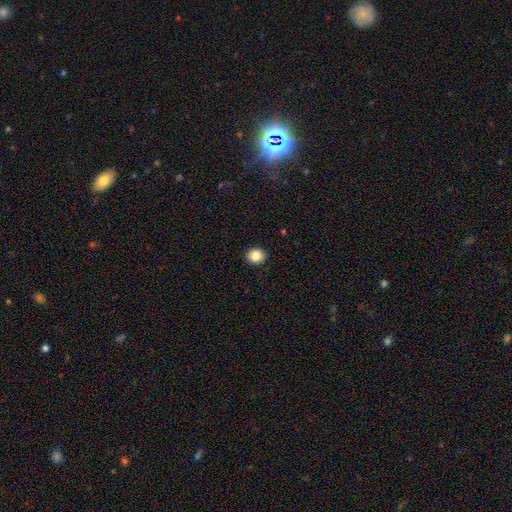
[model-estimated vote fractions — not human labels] Q: Smooth or featured?
A: smooth (85%); runner-up: star or artifact (9%)
Q: How rounded?
A: round (74%); runner-up: in between (26%)
Q: Merging?
A: none (92%); runner-up: minor disturbance (5%)